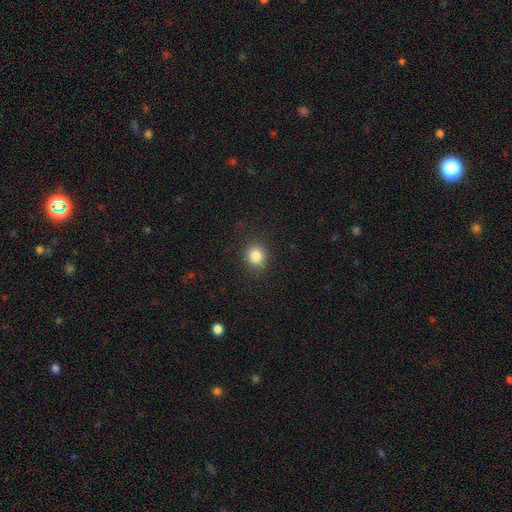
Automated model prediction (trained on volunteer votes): This is clearly a smooth galaxy (84%). How rounded: likely round (77%). Merging: clearly none (89%).